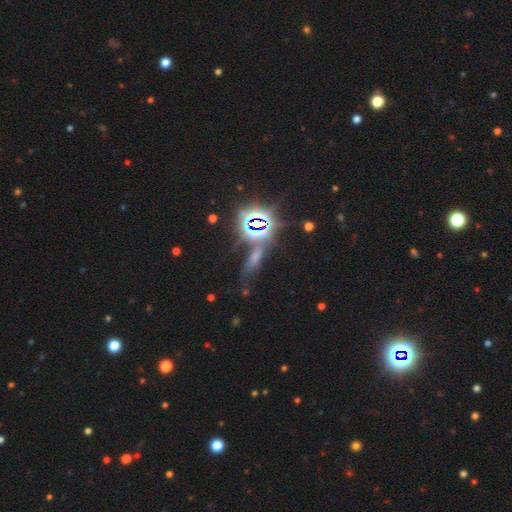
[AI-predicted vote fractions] Smooth or featured?
  - star or artifact: 56% *
  - smooth: 29%
  - featured or disk: 15%